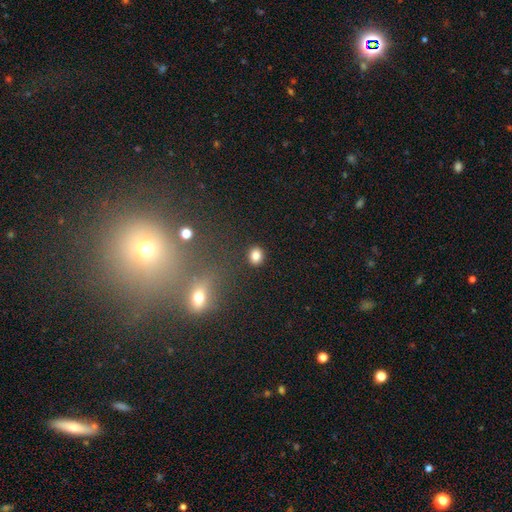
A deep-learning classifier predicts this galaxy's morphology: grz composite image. It shows a smooth galaxy with no disk features (83%) that is round (61%). Merging: none (89%).